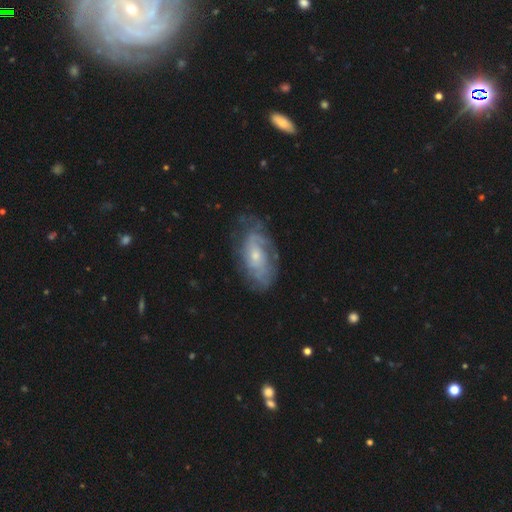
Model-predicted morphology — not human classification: smooth_or_featured: featured or disk (p=0.73) [alt: smooth p=0.21]
disk_edge_on: no (p=0.94) [alt: yes p=0.06]
bar: no (p=0.72) [alt: weak p=0.24]
has_spiral_arms: yes (p=0.81) [alt: no p=0.19]
spiral_winding: tight (p=0.55) [alt: medium p=0.32]
spiral_arm_count: can't tell (p=0.51) [alt: 2 p=0.26]
bulge_size: small (p=0.59) [alt: moderate p=0.36]
merging: none (p=0.64) [alt: minor disturbance p=0.23]